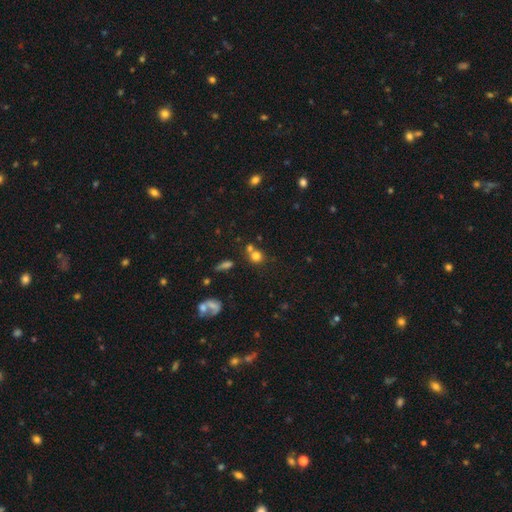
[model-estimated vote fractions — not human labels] A smooth galaxy with no disk features (75%) that is round (83%). Merging: none (51%).